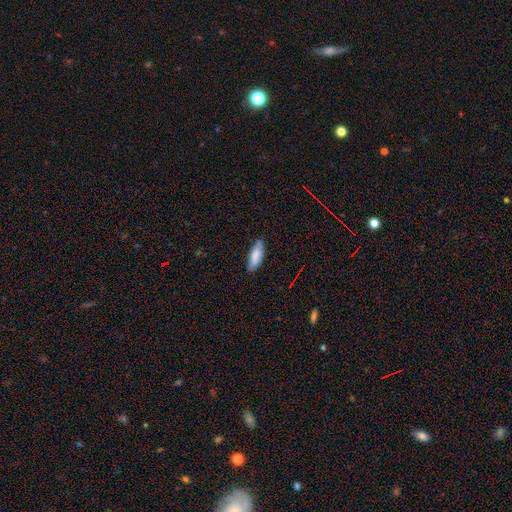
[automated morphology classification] This is clearly a smooth galaxy (83%). How rounded: likely in between (66%). Merging: clearly none (80%).